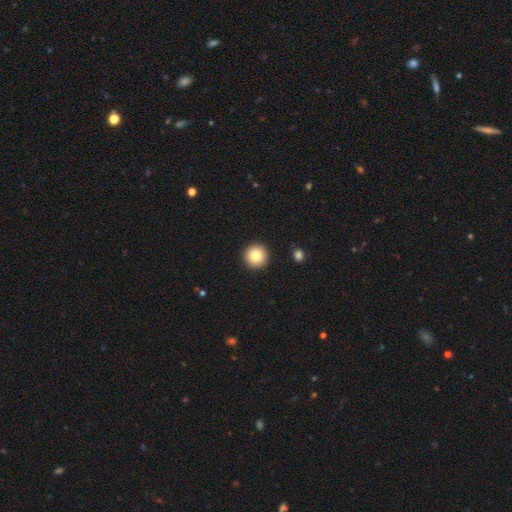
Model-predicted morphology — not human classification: Smooth or featured?
  - smooth: 81% *
  - star or artifact: 10%
  - featured or disk: 9%
How rounded?
  - round: 96% *
  - in between: 3%
  - cigar-shaped: 1%
Merging?
  - none: 93% *
  - minor disturbance: 4%
  - major disturbance: 2%
  - merger: 1%